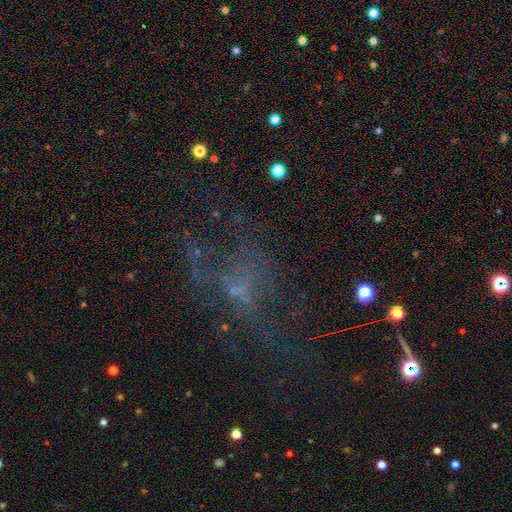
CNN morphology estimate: Q: Smooth or featured?
A: featured or disk (41%); runner-up: star or artifact (36%)
Q: Merging?
A: none (42%); runner-up: major disturbance (36%)